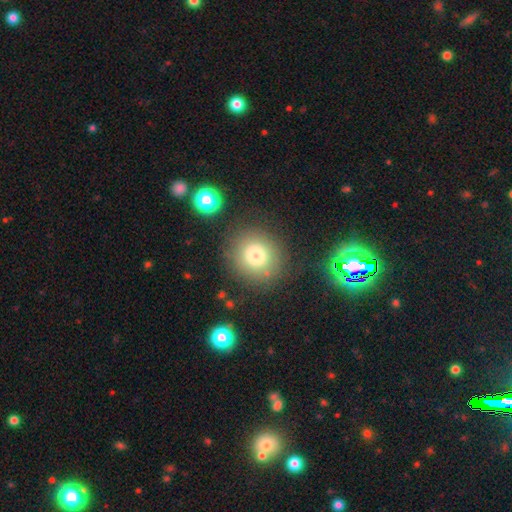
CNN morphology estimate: type=smooth (76%); roundness=round (89%); merging=none (82%).